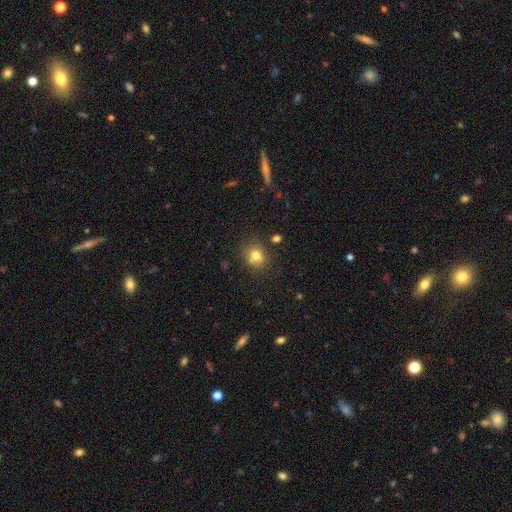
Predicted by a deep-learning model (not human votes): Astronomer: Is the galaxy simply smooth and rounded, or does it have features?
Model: smooth — 76%.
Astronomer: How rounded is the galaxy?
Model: round — 72%.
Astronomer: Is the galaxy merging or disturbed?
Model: none — 67%.